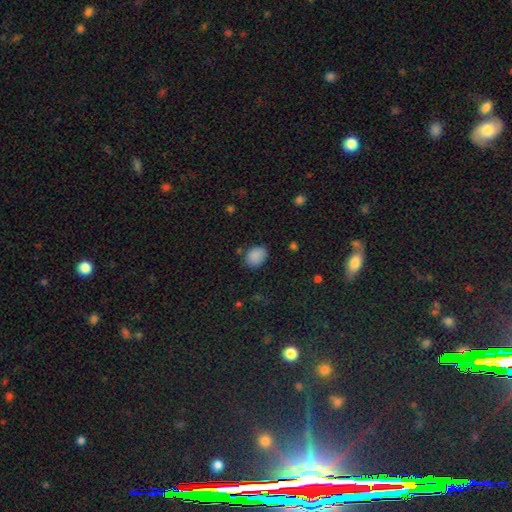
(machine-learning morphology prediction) A smooth galaxy with no disk features (87%) that is in between round and cigar-shaped (67%).

Vote fractions:
- Smooth or featured? smooth: 87% / star or artifact: 9% / featured or disk: 4%
- How rounded? in between: 67% / round: 32% / cigar-shaped: 1%
- Merging? none: 80% / minor disturbance: 14% / major disturbance: 3% / merger: 2%